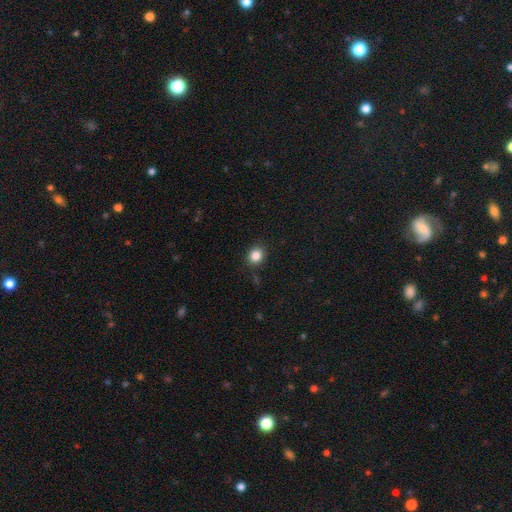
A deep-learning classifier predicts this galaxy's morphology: smooth 85%, star or artifact 11%, featured or disk 5%. Down the decision tree: how rounded — round (74%); merging — none (88%).